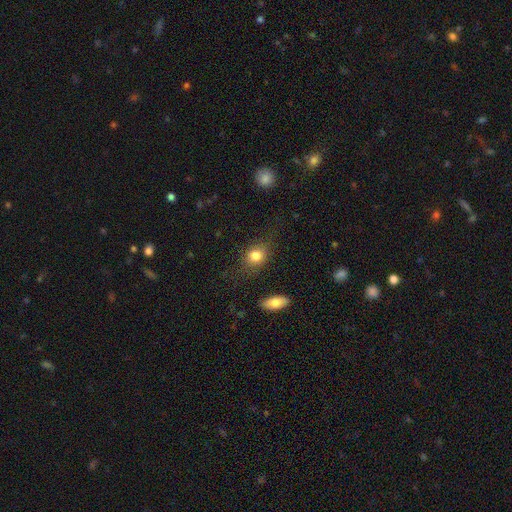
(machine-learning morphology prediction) A smooth galaxy with no disk features (81%) that is round (52%). Merging: none (74%).